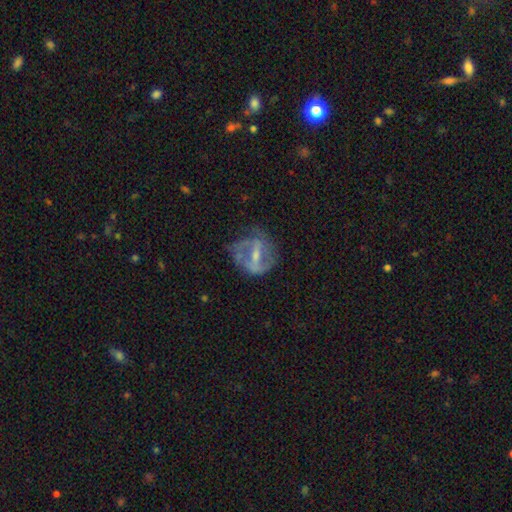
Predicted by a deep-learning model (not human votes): Morphology: type=featured or disk (72%); edge-on=no (95%); bar=strong (42%, tied with weak); spiral arms=yes (67%); bulge=small (45%); merging=none (50%).